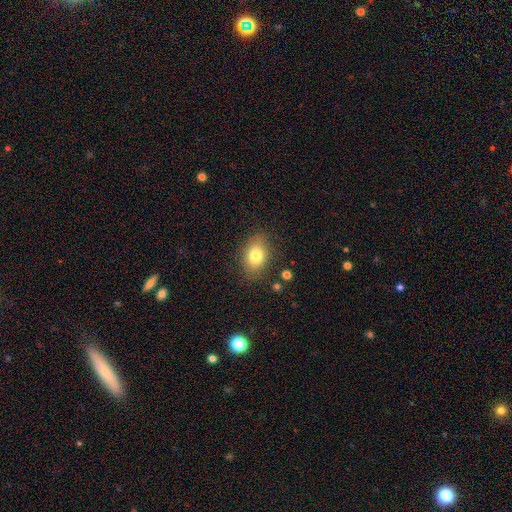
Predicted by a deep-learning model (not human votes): This appears to be a smooth galaxy with no disk features (78%) that is in between round and cigar-shaped (77%). Merging: none (82%).